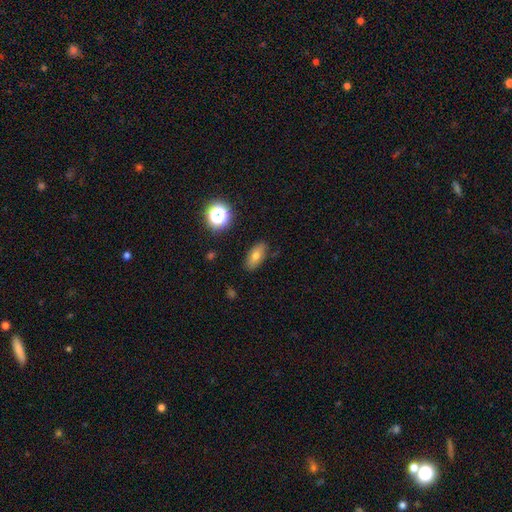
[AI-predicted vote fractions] Smooth or featured? Predicted: smooth (p=0.69). How rounded? Predicted: in between (p=0.84). Merging? Predicted: none (p=0.85).